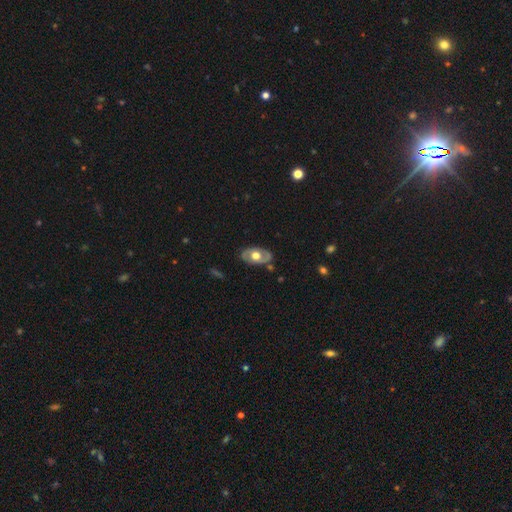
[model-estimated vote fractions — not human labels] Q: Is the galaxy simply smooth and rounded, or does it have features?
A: featured or disk — 59%.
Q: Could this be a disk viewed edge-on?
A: no — 88%.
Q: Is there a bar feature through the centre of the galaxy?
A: no — 86%.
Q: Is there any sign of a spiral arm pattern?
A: no — 67%.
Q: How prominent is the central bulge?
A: moderate — 60%.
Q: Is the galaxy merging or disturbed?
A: none — 80%.